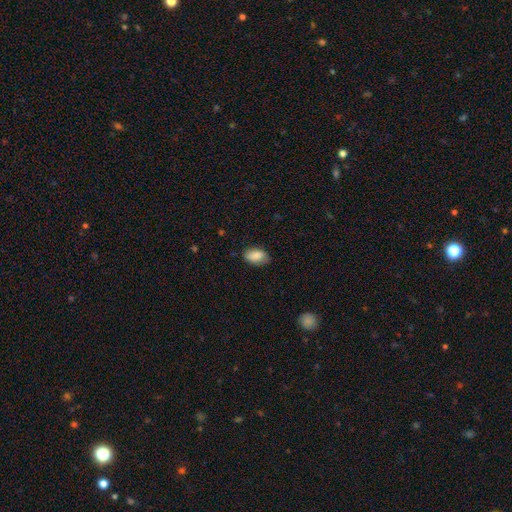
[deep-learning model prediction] Smooth or featured?
  - smooth: 85% *
  - featured or disk: 8%
  - star or artifact: 7%
How rounded?
  - in between: 91% *
  - round: 7%
  - cigar-shaped: 2%
Merging?
  - none: 76% *
  - minor disturbance: 20%
  - major disturbance: 4%
  - merger: 1%